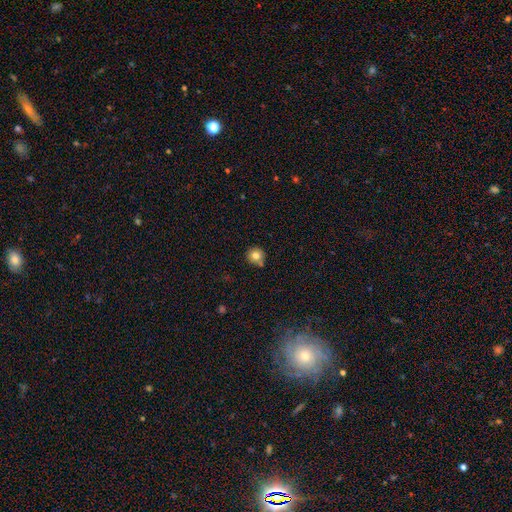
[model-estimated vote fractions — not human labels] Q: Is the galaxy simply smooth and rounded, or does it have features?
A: smooth — 80%.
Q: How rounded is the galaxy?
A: round — 93%.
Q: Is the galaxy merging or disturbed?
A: none — 74%.